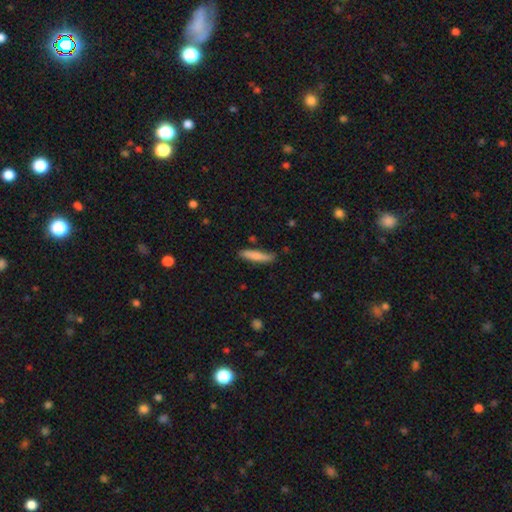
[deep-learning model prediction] smooth_or_featured: smooth (p=0.79) [alt: featured or disk p=0.15]
how_rounded: cigar-shaped (p=0.86) [alt: in between p=0.12]
merging: none (p=0.79) [alt: minor disturbance p=0.16]